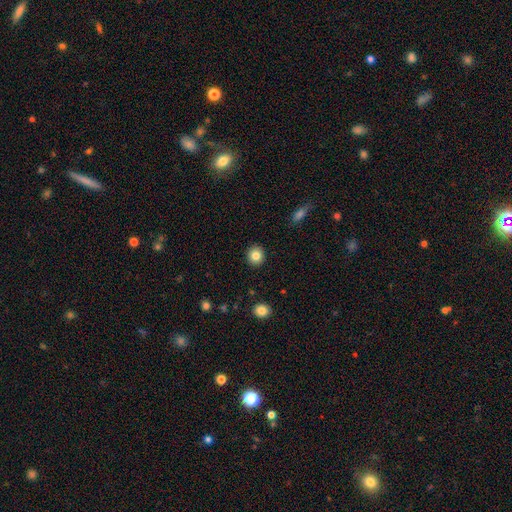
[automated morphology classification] smooth_or_featured: smooth (p=0.84) [alt: star or artifact p=0.10]
how_rounded: round (p=0.88) [alt: in between p=0.11]
merging: none (p=0.92) [alt: minor disturbance p=0.05]